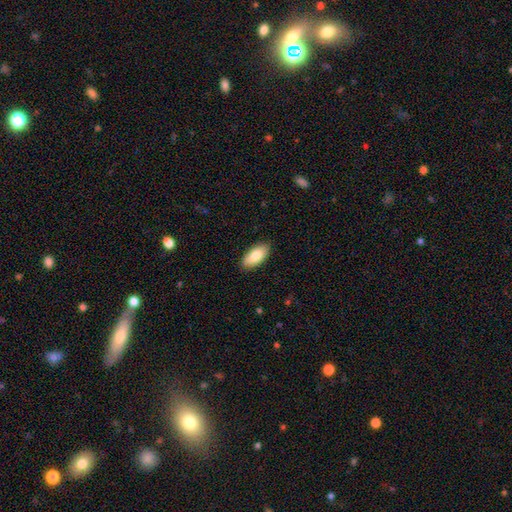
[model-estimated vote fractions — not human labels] smooth-or-featured: smooth: 83% | featured or disk: 11% | star or artifact: 6%
  how-rounded: in between: 91% | cigar-shaped: 7% | round: 2%
  merging: none: 88% | minor disturbance: 9% | major disturbance: 2% | merger: 1%